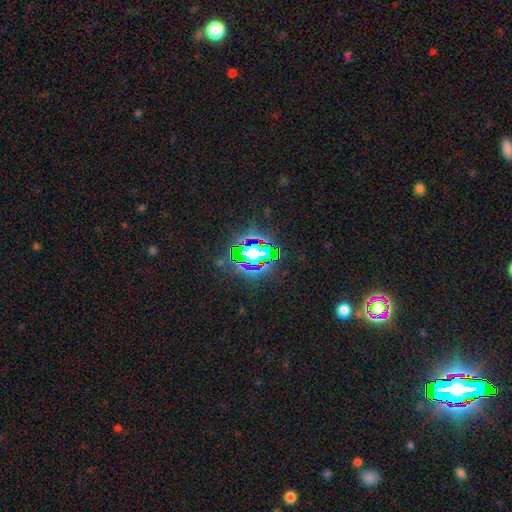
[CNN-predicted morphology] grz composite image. It shows a star or artifact, not a galaxy (81%).